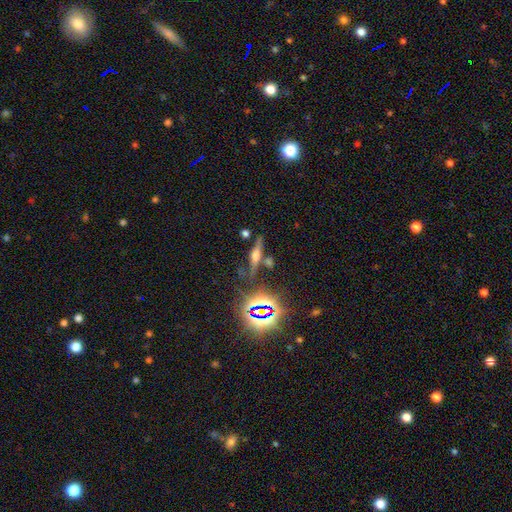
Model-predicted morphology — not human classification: This appears to be a featured or disk galaxy (49%). Merging: none (73%).